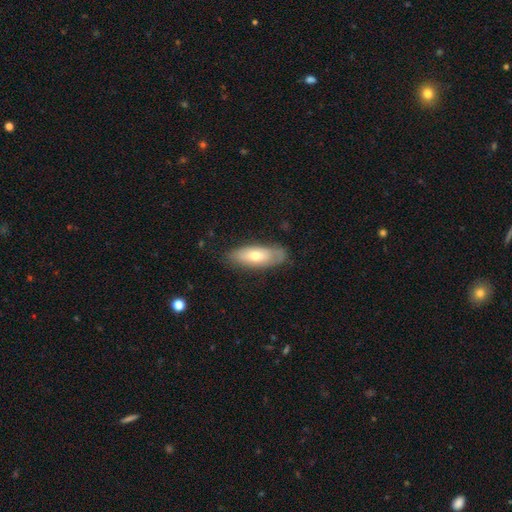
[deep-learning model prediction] A smooth galaxy with no disk features (61%) that is in between round and cigar-shaped (70%).

Vote fractions:
- Smooth or featured? smooth: 61% / featured or disk: 33% / star or artifact: 6%
- How rounded? in between: 70% / cigar-shaped: 27% / round: 2%
- Merging? none: 74% / minor disturbance: 20% / major disturbance: 4% / merger: 1%